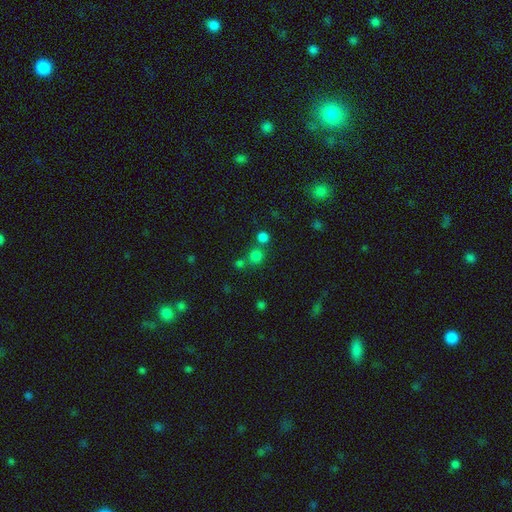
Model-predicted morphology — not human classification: A smooth galaxy with no disk features (74%) that is round (89%). Merging: none (69%).